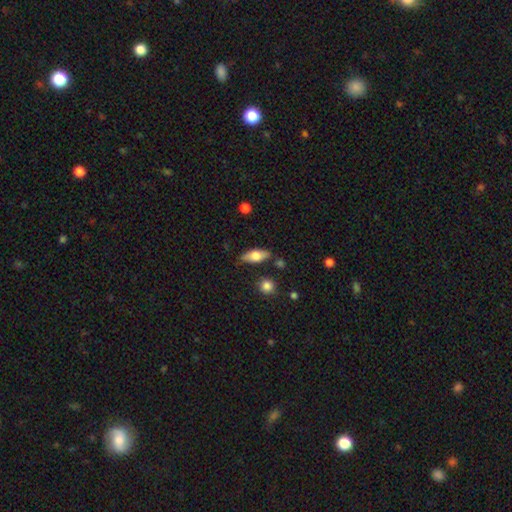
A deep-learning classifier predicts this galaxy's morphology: This is likely a smooth galaxy (63%). How rounded: likely in between (76%). Merging: likely none (79%).